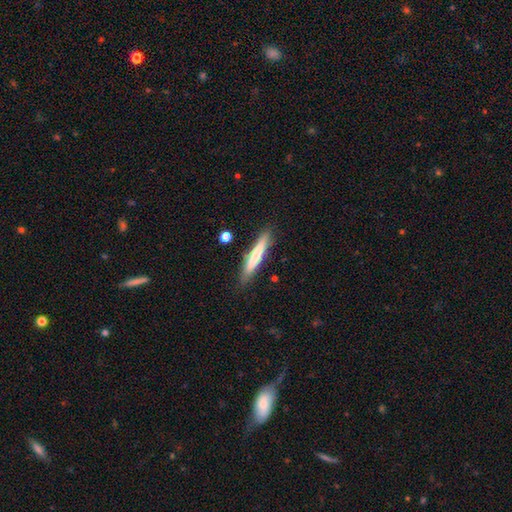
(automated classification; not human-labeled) A smooth galaxy with no disk features (66%) that is cigar-shaped (93%). Merging: none (86%).